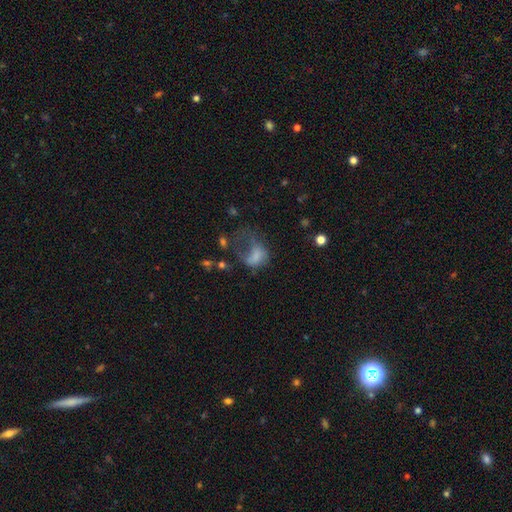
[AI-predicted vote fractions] This appears to be a smooth galaxy with no disk features (60%) that is in between round and cigar-shaped (72%). Merging: major disturbance (65%).